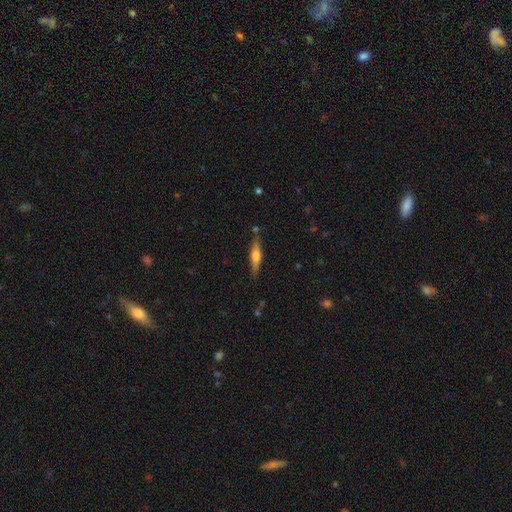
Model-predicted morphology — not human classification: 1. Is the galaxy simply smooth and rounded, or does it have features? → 61% featured or disk, 32% smooth, 6% star or artifact.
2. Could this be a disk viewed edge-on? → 96% yes, 4% no.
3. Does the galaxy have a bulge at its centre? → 83% rounded, 12% boxy, 4% none.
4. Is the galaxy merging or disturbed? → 83% none, 11% minor disturbance, 3% merger, 2% major disturbance.